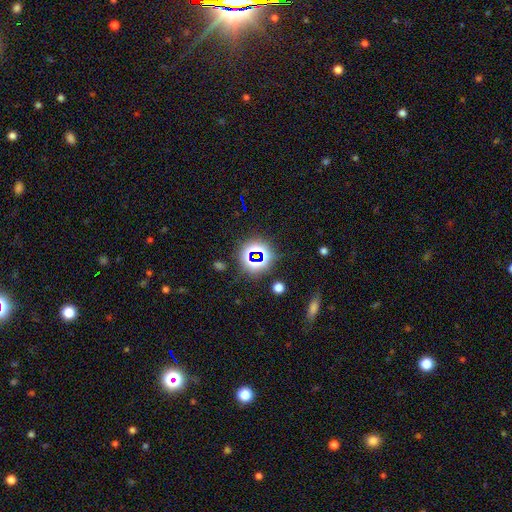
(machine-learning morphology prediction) Q: Smooth or featured?
A: star or artifact (73%); runner-up: smooth (18%)